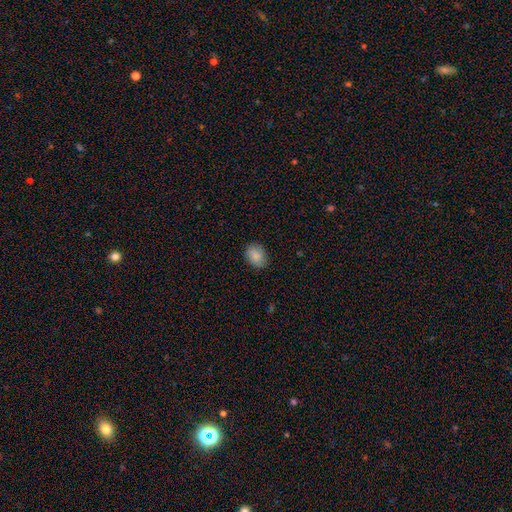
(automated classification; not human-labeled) Overall: smooth (87%). How rounded: in between (69%; round 30%). Merging: none (84%).